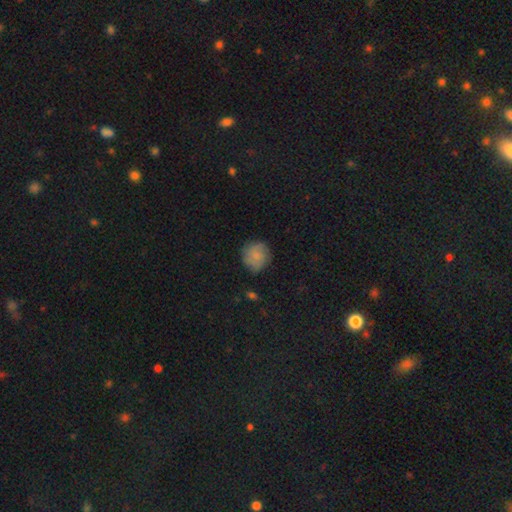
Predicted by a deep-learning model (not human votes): smooth-or-featured: smooth: 71% | featured or disk: 20% | star or artifact: 9%
  how-rounded: round: 86% | in between: 13% | cigar-shaped: 1%
  merging: none: 76% | minor disturbance: 18% | major disturbance: 5% | merger: 1%